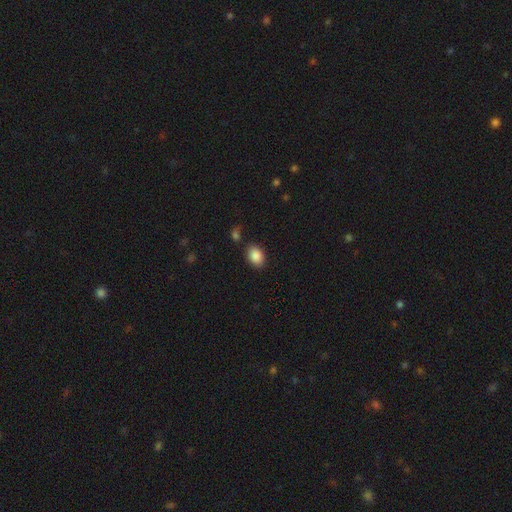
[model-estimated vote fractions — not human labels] This is clearly a smooth galaxy (88%). How rounded: likely in between (76%). Merging: clearly none (81%).